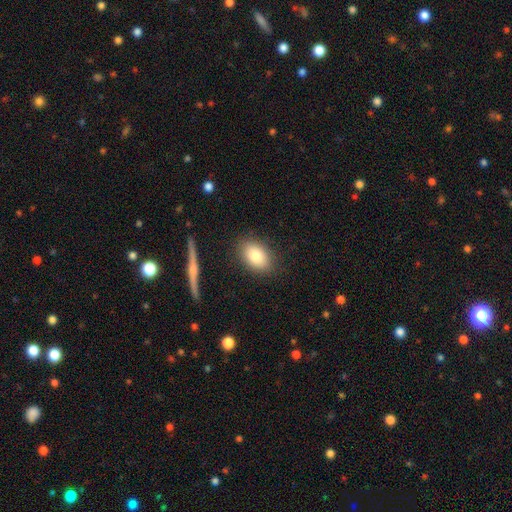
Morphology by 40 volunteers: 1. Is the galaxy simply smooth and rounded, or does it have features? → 82% smooth, 10% featured or disk, 8% star or artifact.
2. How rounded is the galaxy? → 88% in between, 12% round, 0% cigar-shaped.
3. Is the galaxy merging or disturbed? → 84% none, 11% minor disturbance, 3% major disturbance, 3% merger.